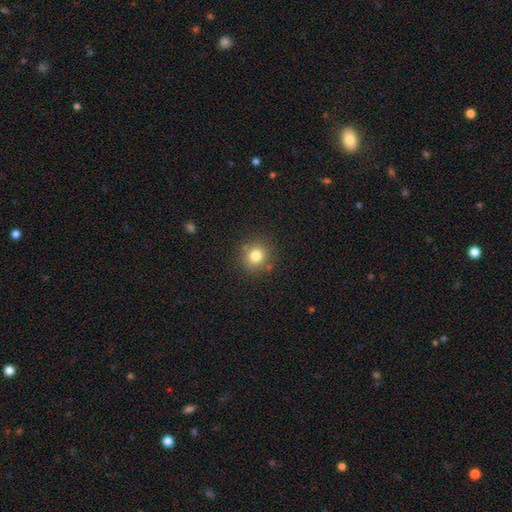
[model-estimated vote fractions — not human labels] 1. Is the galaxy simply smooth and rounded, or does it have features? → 79% smooth, 13% star or artifact, 8% featured or disk.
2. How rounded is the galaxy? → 89% round, 11% in between, 1% cigar-shaped.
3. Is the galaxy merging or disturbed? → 82% none, 10% minor disturbance, 4% merger, 3% major disturbance.